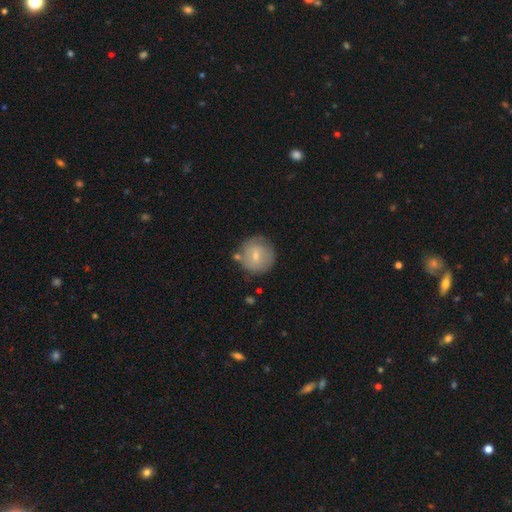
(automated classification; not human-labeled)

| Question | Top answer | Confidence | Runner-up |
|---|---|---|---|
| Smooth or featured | smooth | 65% | featured or disk (28%) |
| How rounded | round | 93% | in between (6%) |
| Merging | none | 75% | minor disturbance (15%) |